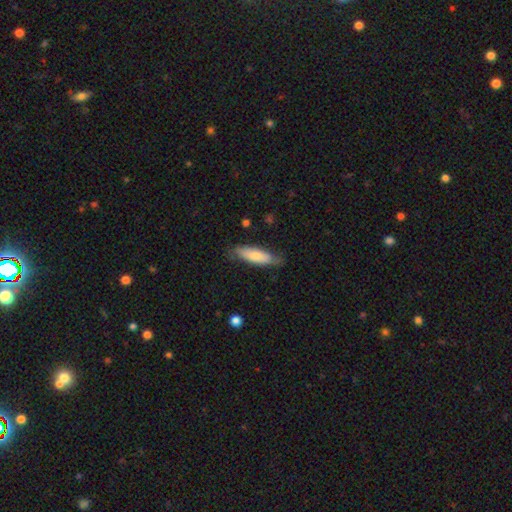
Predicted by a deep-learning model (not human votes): Morphology: type=smooth (73%); roundness=cigar-shaped (51%); merging=none (73%).